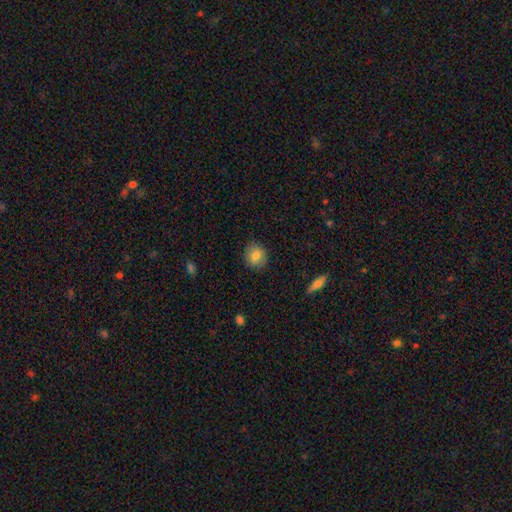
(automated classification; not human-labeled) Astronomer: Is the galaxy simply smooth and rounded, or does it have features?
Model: smooth — 80%.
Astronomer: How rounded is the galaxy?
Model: round — 78%.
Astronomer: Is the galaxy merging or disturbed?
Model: none — 87%.